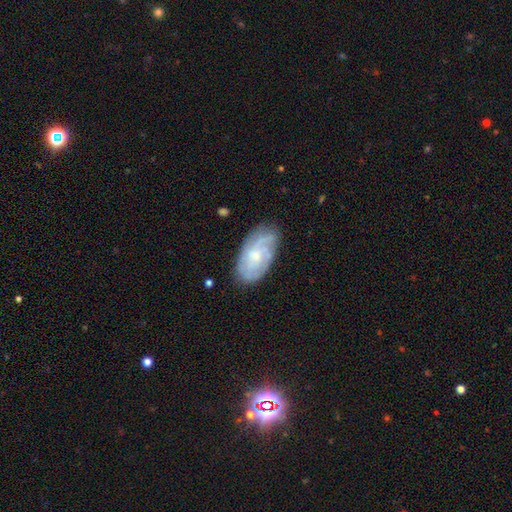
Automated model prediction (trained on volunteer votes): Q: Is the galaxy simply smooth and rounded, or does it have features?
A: featured or disk — 66%.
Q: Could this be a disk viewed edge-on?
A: no — 95%.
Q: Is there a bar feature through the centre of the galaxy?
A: no — 70%.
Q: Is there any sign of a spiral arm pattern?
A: yes — 88%.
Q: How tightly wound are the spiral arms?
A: tight — 56%.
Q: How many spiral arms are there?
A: can't tell — 46%.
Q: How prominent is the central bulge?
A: small — 49%.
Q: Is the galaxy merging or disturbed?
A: none — 72%.